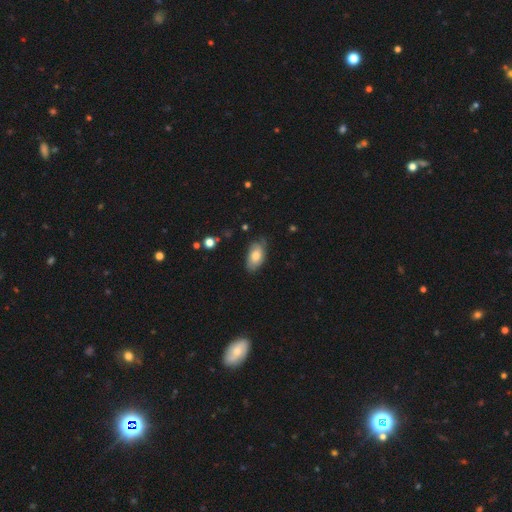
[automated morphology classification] smooth_or_featured: smooth (p=0.64) [alt: featured or disk p=0.29]
how_rounded: in between (p=0.92) [alt: round p=0.05]
merging: none (p=0.71) [alt: minor disturbance p=0.23]